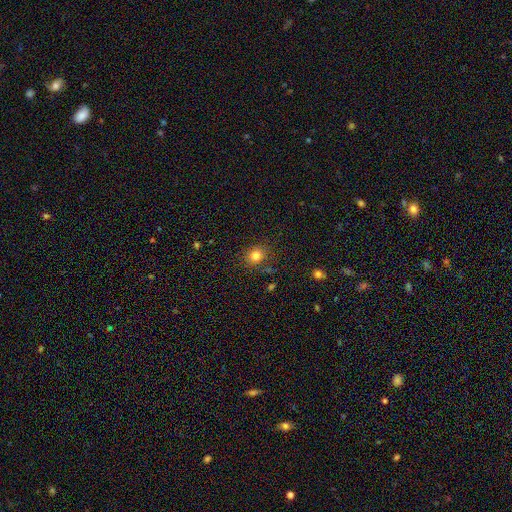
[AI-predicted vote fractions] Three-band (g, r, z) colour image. It shows a smooth galaxy with no disk features (81%) that is round (71%). Merging: none (83%).